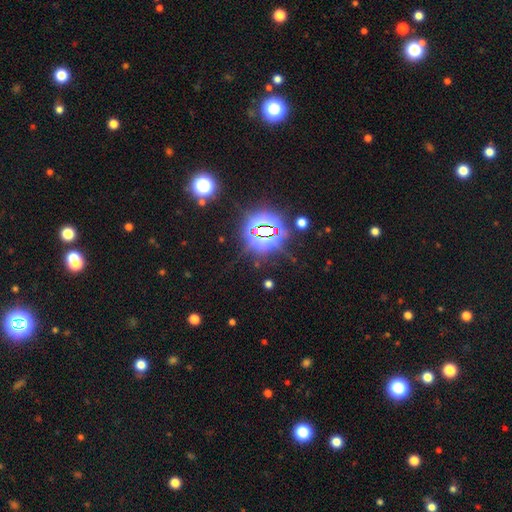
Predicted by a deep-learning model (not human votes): Q: Smooth or featured?
A: star or artifact (82%); runner-up: smooth (11%)